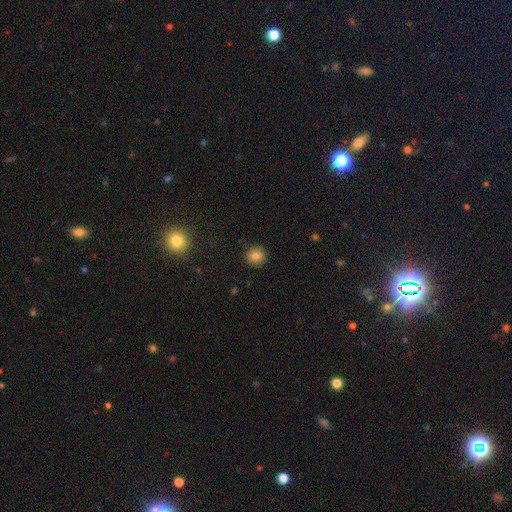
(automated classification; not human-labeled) The model was most divided on "smooth or featured": smooth: 82%, star or artifact: 12%, featured or disk: 7%. More confident: how rounded — round (92%); merging — none (90%).